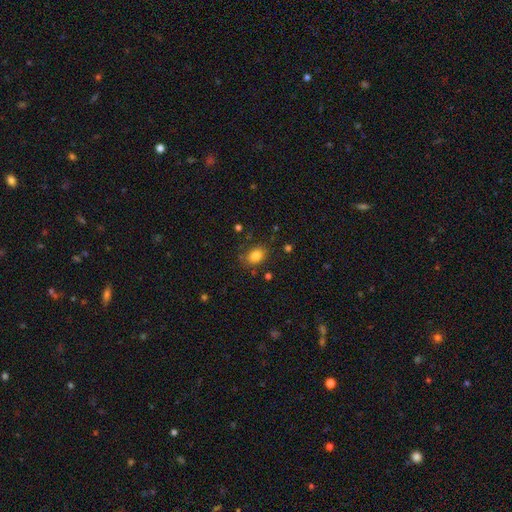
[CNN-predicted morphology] Smooth or featured?
  - smooth: 83% *
  - star or artifact: 10%
  - featured or disk: 7%
How rounded?
  - in between: 69% *
  - round: 30%
  - cigar-shaped: 1%
Merging?
  - none: 78% *
  - minor disturbance: 15%
  - major disturbance: 4%
  - merger: 3%